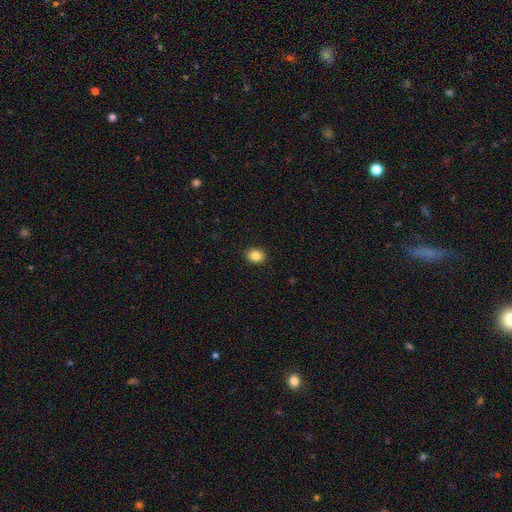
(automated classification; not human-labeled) A smooth galaxy with no disk features (85%) that is in between round and cigar-shaped (56%).

Vote fractions:
- Smooth or featured? smooth: 85% / star or artifact: 9% / featured or disk: 6%
- How rounded? in between: 56% / round: 43% / cigar-shaped: 1%
- Merging? none: 90% / minor disturbance: 7% / major disturbance: 2% / merger: 1%